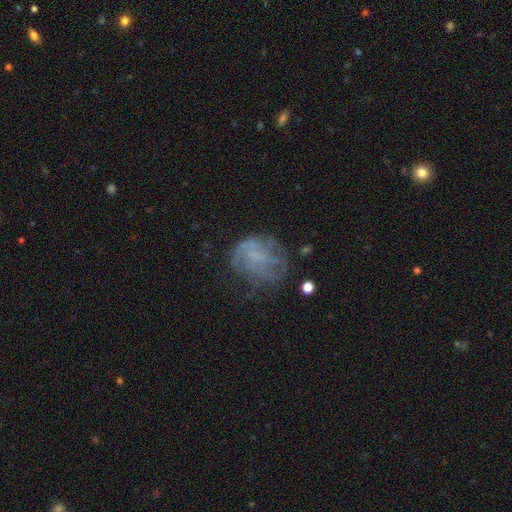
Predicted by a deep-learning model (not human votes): Smooth or featured? featured or disk (51%)
Edge-on disk? no (98%)
Bar? no (70%)
Spiral arms? yes (53%)
Bulge size? none (61%)
Merging? none (51%)